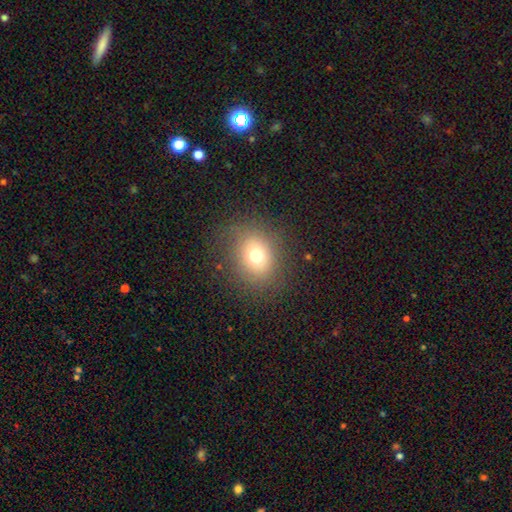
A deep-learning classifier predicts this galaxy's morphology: This appears to be a smooth galaxy with no disk features (71%) that is round (65%). Merging: none (82%).